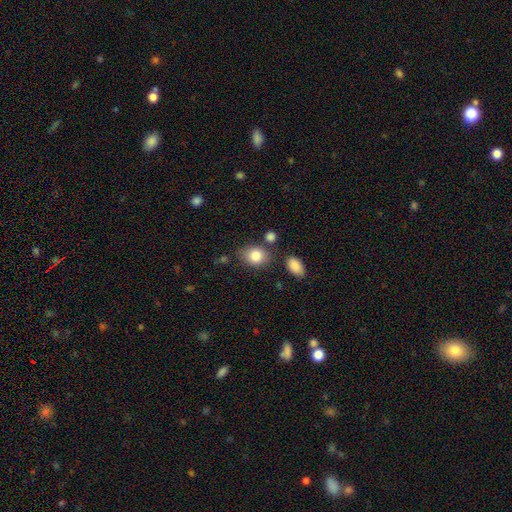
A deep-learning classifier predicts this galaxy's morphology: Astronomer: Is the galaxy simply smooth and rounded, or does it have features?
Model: smooth — 84%.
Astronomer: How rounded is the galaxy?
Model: in between — 56% (runner-up: round, 43%).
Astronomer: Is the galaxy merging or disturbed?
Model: none — 69%.